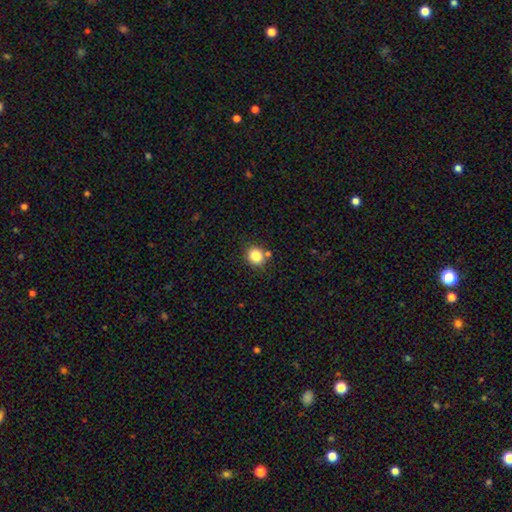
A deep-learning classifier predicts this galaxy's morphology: Q: Smooth or featured?
A: smooth (84%); runner-up: star or artifact (11%)
Q: How rounded?
A: round (73%); runner-up: in between (26%)
Q: Merging?
A: none (76%); runner-up: minor disturbance (12%)